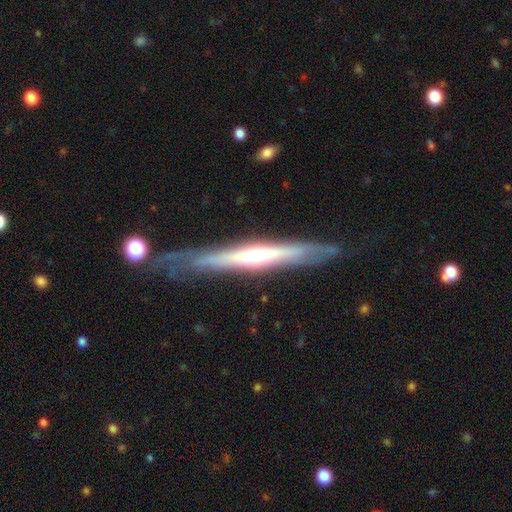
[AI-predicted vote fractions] Smooth or featured: featured or disk — 74% (smooth — 21%)
Edge-on disk: yes — 90% (no — 10%)
Edge-on bulge: rounded — 64% (none — 27%)
Merging: none — 74% (minor disturbance — 18%)